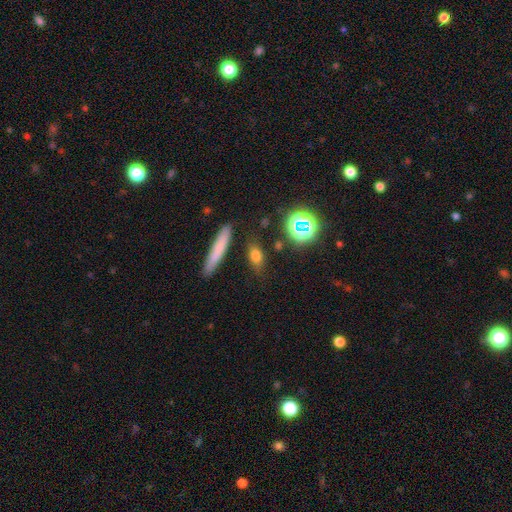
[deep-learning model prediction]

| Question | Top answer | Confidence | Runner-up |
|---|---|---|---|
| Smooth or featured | smooth | 71% | star or artifact (17%) |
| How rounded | in between | 57% | cigar-shaped (27%) |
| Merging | none | 80% | minor disturbance (12%) |